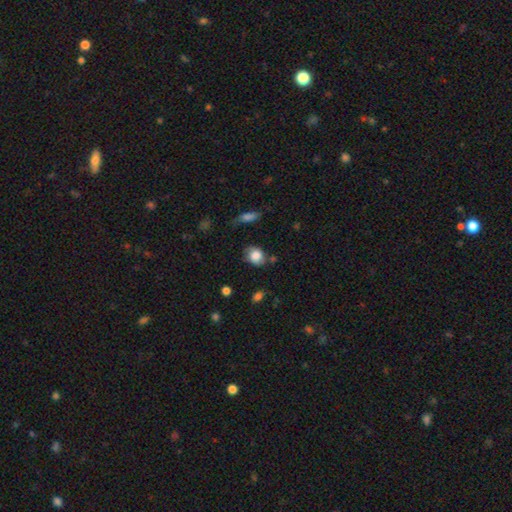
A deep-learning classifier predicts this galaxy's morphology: A smooth galaxy with no disk features (81%) that is round (56%). Merging: none (67%).